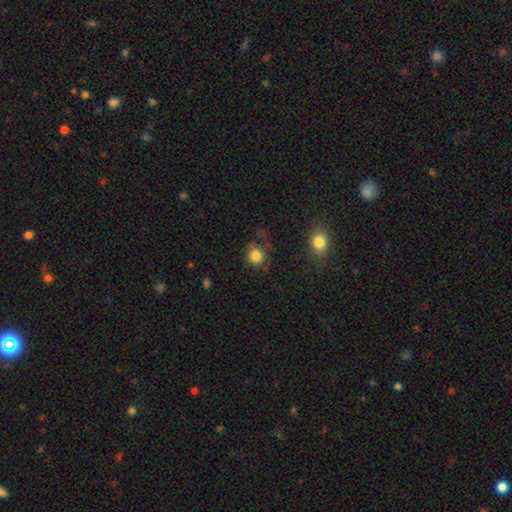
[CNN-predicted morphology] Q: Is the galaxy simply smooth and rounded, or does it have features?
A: smooth — 83%.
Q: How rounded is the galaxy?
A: round — 86%.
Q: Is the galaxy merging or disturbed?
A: none — 62%.